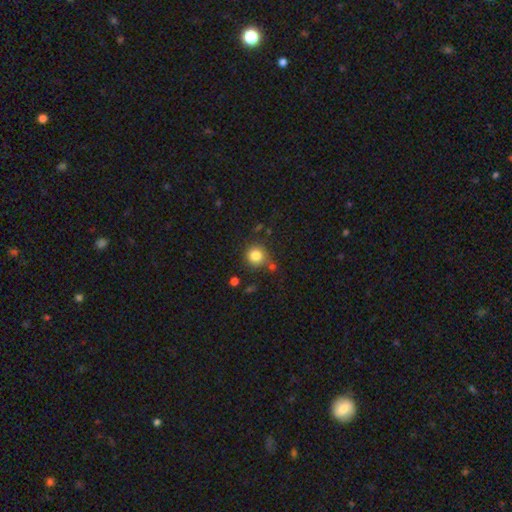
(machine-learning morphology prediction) Q: Smooth or featured?
A: smooth (83%); runner-up: star or artifact (11%)
Q: How rounded?
A: round (93%); runner-up: in between (6%)
Q: Merging?
A: none (77%); runner-up: minor disturbance (11%)